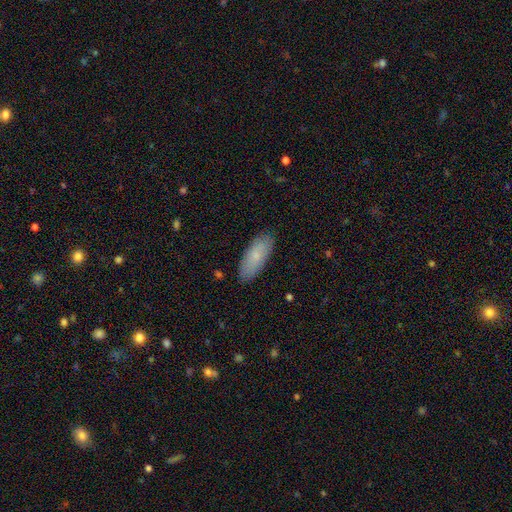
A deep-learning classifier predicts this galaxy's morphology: The model was most divided on "how rounded": in between: 77%, cigar-shaped: 21%, round: 2%. More confident: merging — none (86%); smooth or featured — smooth (79%).